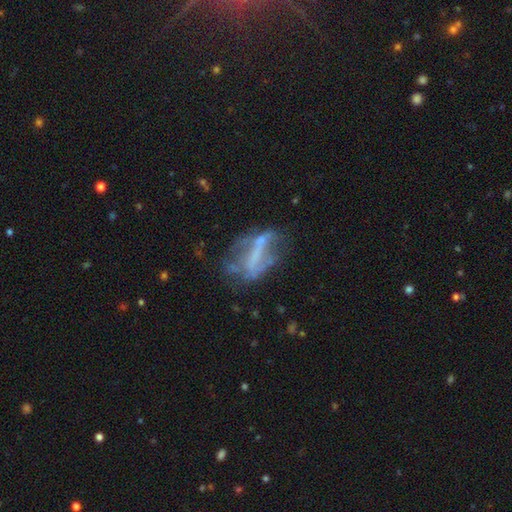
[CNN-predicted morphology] A featured or disk galaxy (64%) with no bar (39%, tied with strong), no spiral arms (72%) and no central bulge (65%). Merging: none (37%).